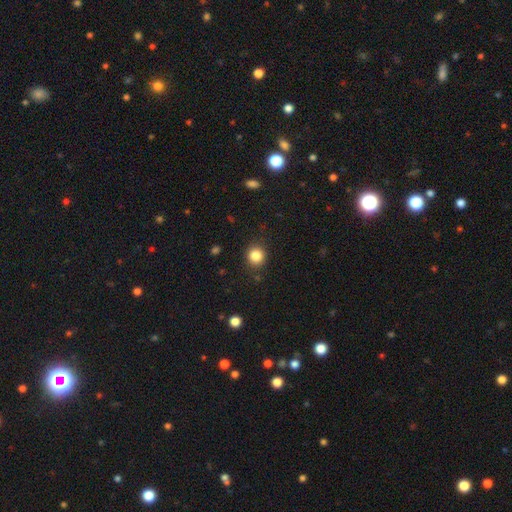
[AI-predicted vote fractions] Smooth or featured?
  - smooth: 84% *
  - star or artifact: 11%
  - featured or disk: 5%
How rounded?
  - round: 89% *
  - in between: 11%
  - cigar-shaped: 1%
Merging?
  - none: 88% *
  - minor disturbance: 8%
  - major disturbance: 3%
  - merger: 1%